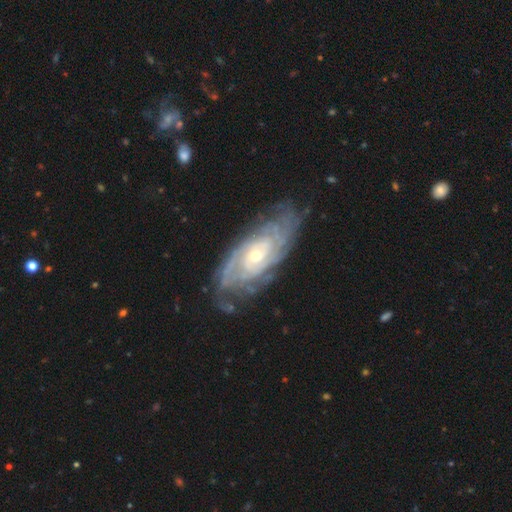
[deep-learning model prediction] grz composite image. It shows a featured or disk galaxy (89%) with no bar (62%), tight (75%) spiral arms (97%) and a small central bulge (51%). Merging: none (75%).